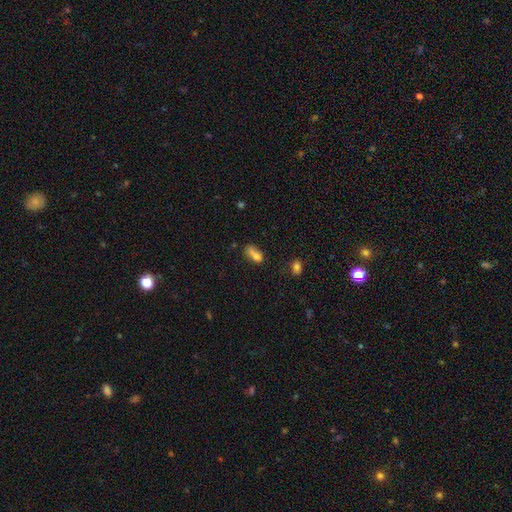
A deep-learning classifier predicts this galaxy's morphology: smooth_or_featured: smooth (p=0.71) [alt: featured or disk p=0.17]
how_rounded: in between (p=0.71) [alt: round p=0.18]
merging: merger (p=0.43) [alt: none p=0.30]